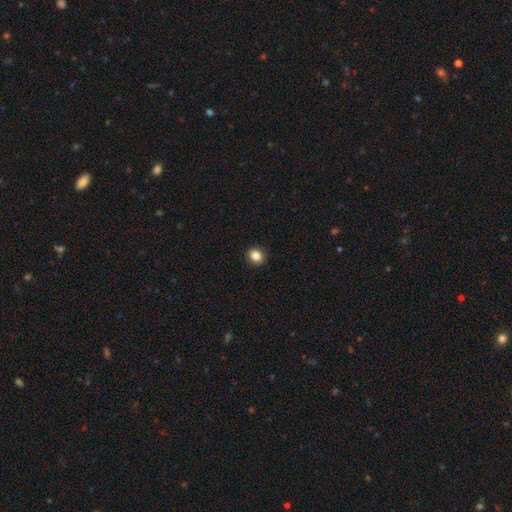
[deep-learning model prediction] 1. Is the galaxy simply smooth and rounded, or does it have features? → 85% smooth, 10% star or artifact, 4% featured or disk.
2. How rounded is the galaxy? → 77% round, 22% in between, 1% cigar-shaped.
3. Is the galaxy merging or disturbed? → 92% none, 5% minor disturbance, 2% major disturbance, 1% merger.